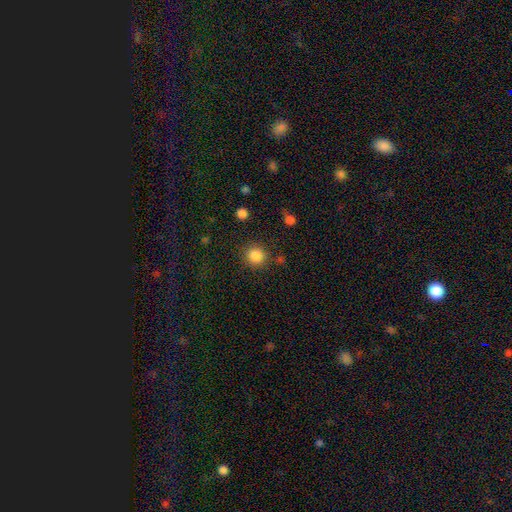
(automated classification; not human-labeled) Smooth or featured? Predicted: smooth (p=0.86). How rounded? Predicted: round (p=0.89). Merging? Predicted: none (p=0.85).